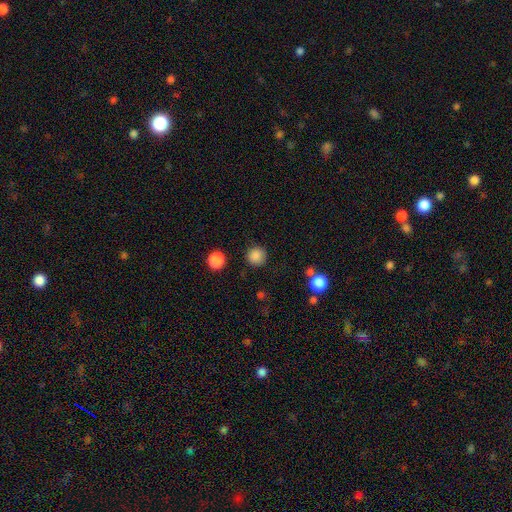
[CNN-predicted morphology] Smooth or featured? Predicted: smooth (p=0.85). How rounded? Predicted: round (p=0.93). Merging? Predicted: none (p=0.88).